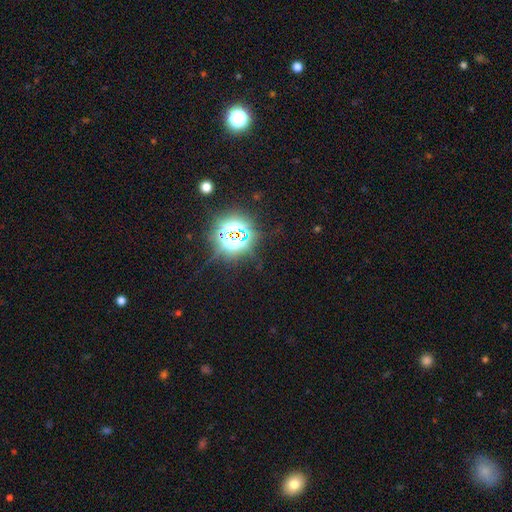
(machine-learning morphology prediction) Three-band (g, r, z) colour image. It shows a star or artifact, not a galaxy (83%).